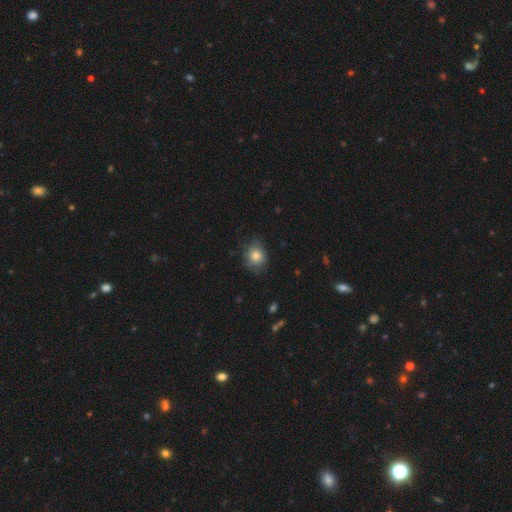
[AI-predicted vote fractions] This appears to be a smooth galaxy with no disk features (79%) that is round (50%). Merging: none (72%).